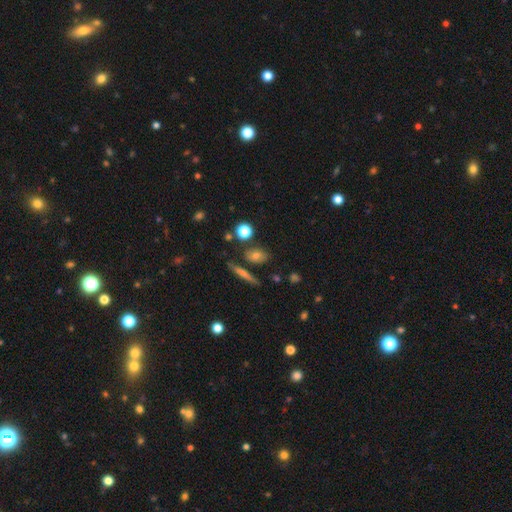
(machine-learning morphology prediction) The model was most divided on "how rounded": in between: 56%, round: 29%, cigar-shaped: 14%. More confident: merging — none (75%); smooth or featured — smooth (69%).